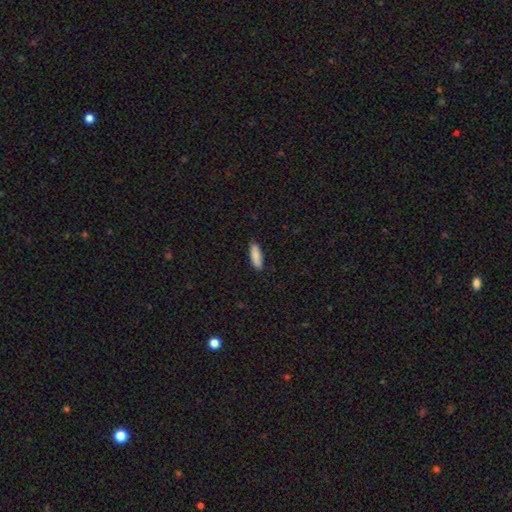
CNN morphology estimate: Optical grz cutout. It shows a smooth galaxy with no disk features (88%) that is in between round and cigar-shaped (59%). Merging: none (86%).